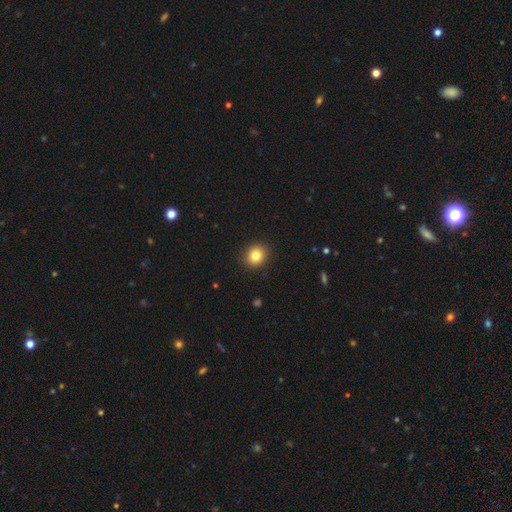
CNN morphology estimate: A smooth galaxy with no disk features (83%) that is round (80%).

Vote fractions:
- Smooth or featured? smooth: 83% / star or artifact: 11% / featured or disk: 6%
- How rounded? round: 80% / in between: 19% / cigar-shaped: 1%
- Merging? none: 92% / minor disturbance: 6% / major disturbance: 2% / merger: 1%